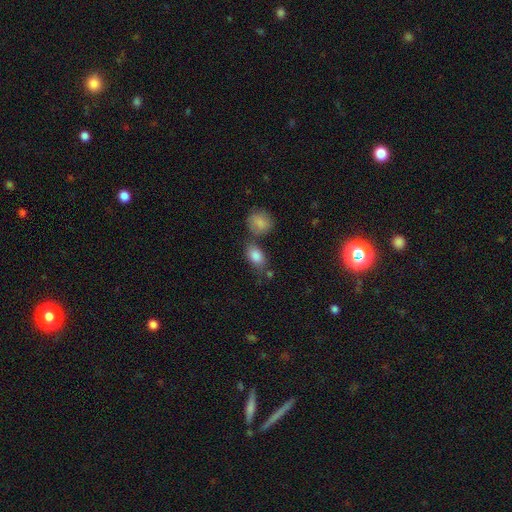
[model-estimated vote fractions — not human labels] smooth_or_featured: smooth (p=0.86) [alt: star or artifact p=0.08]
how_rounded: in between (p=0.83) [alt: round p=0.15]
merging: none (p=0.58) [alt: merger p=0.21]